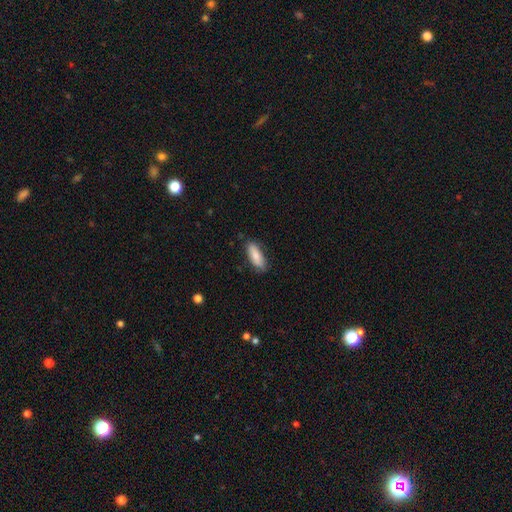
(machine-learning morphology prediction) Smooth or featured? smooth (80%)
How rounded? in between (72%)
Merging? none (81%)